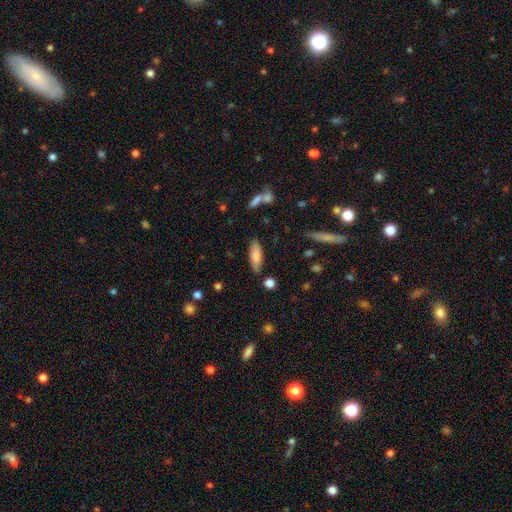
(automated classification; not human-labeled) smooth 79%, featured or disk 14%, star or artifact 7%. Down the decision tree: how rounded — in between (53%); merging — none (82%).